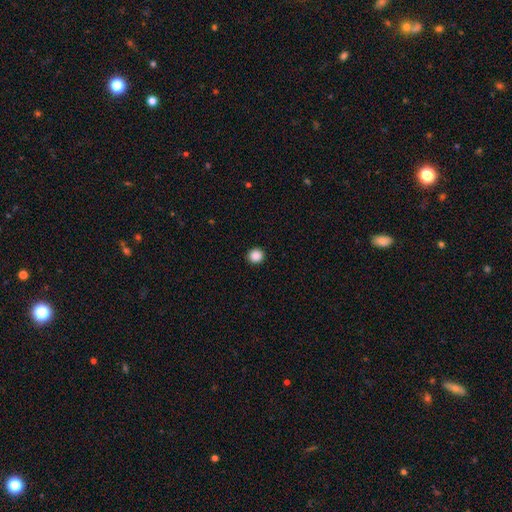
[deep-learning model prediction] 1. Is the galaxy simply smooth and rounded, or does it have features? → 88% smooth, 10% star or artifact, 2% featured or disk.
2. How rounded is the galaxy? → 93% round, 6% in between, 1% cigar-shaped.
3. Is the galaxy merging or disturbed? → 93% none, 4% minor disturbance, 2% major disturbance, 1% merger.